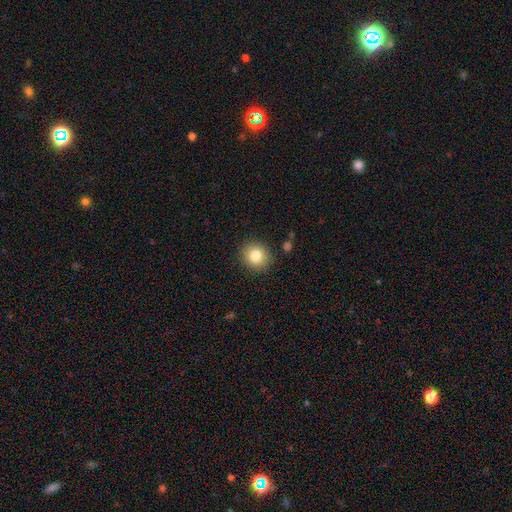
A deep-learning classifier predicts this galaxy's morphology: Q: Smooth or featured?
A: smooth (82%); runner-up: star or artifact (10%)
Q: How rounded?
A: round (84%); runner-up: in between (15%)
Q: Merging?
A: none (88%); runner-up: minor disturbance (8%)